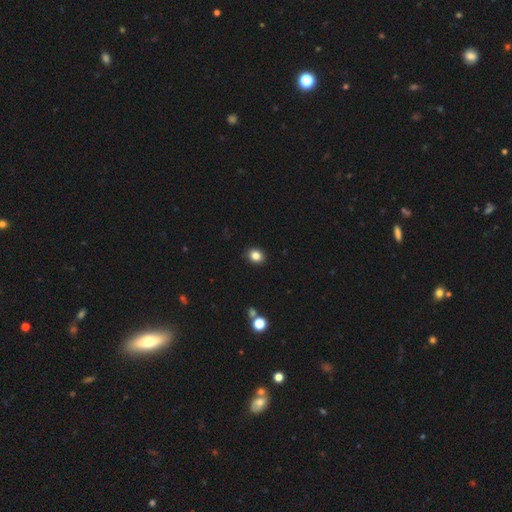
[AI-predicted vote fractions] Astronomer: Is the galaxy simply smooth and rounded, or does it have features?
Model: smooth — 85%.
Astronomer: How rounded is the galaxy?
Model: round — 54% (runner-up: in between, 45%).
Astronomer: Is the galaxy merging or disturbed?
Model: none — 90%.